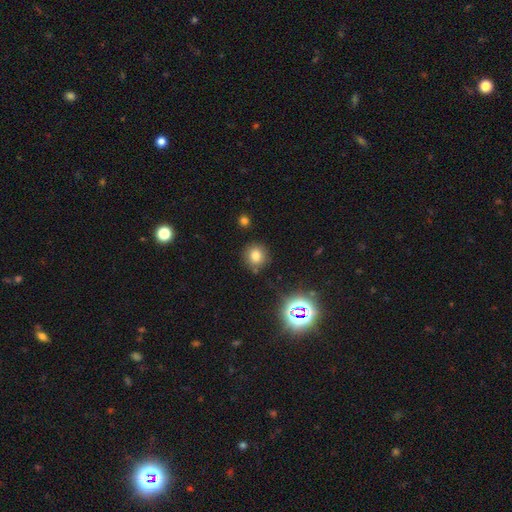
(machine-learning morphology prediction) Q: Smooth or featured?
A: smooth (75%); runner-up: star or artifact (17%)
Q: How rounded?
A: round (90%); runner-up: in between (9%)
Q: Merging?
A: none (83%); runner-up: minor disturbance (11%)